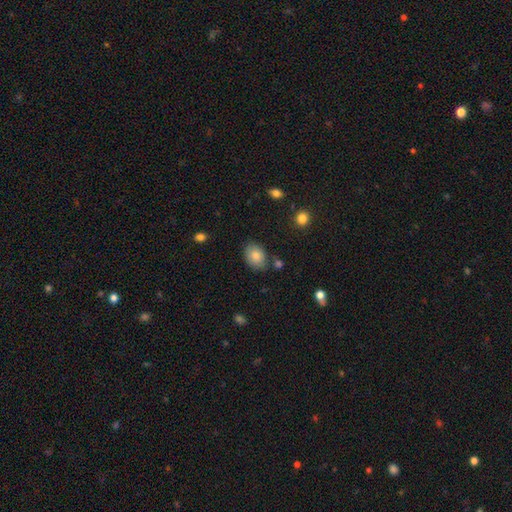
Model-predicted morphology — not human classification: smooth 81%, featured or disk 11%, star or artifact 8%. Down the decision tree: how rounded — in between (69%); merging — none (76%).